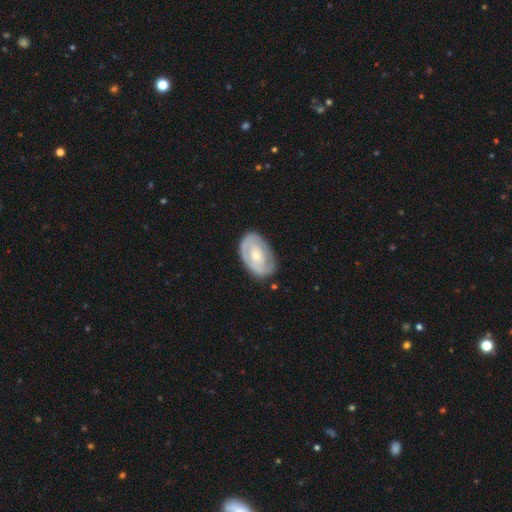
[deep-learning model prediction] A featured or disk galaxy (62%) with no bar (71%), spiral arms (63%) and a moderate central bulge (47%). Merging: none (74%).